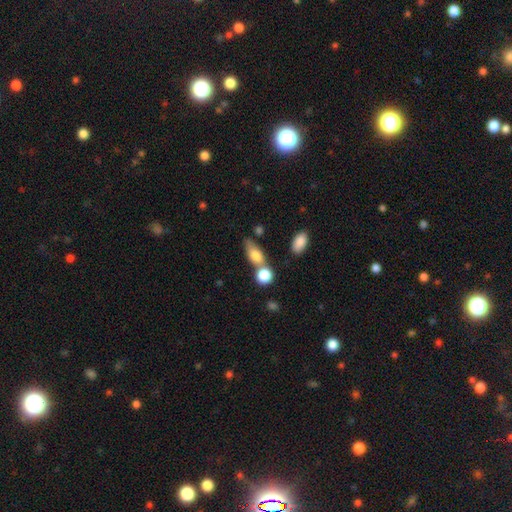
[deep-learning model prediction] Smooth or featured: smooth — 77% (featured or disk — 14%)
How rounded: in between — 72% (round — 15%)
Merging: none — 45% (merger — 33%)